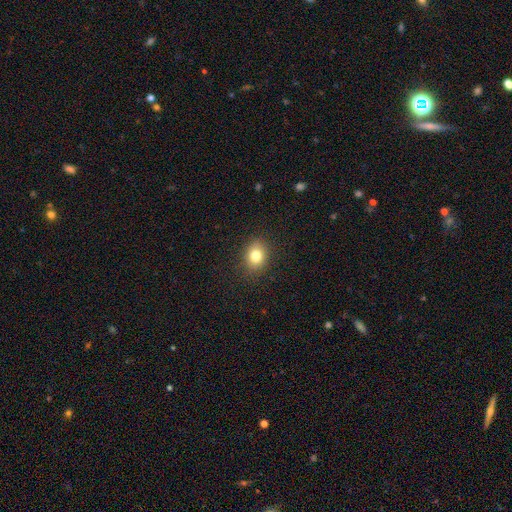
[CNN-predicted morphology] A smooth galaxy with no disk features (81%) that is in between round and cigar-shaped (53%).

Vote fractions:
- Smooth or featured? smooth: 81% / star or artifact: 11% / featured or disk: 9%
- How rounded? in between: 53% / round: 46% / cigar-shaped: 1%
- Merging? none: 87% / minor disturbance: 9% / major disturbance: 3% / merger: 1%